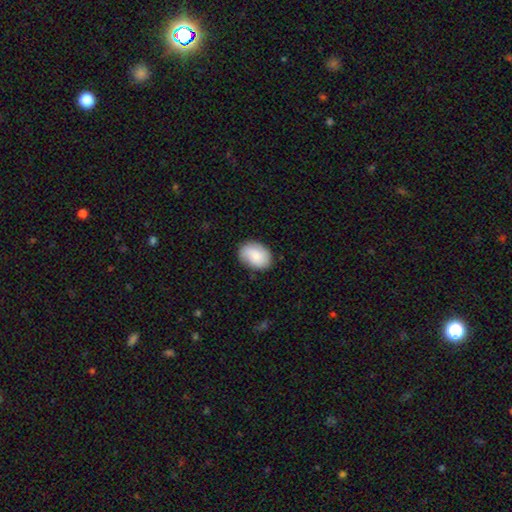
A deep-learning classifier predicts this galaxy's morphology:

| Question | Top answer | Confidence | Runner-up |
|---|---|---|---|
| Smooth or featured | smooth | 78% | featured or disk (16%) |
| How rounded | in between | 77% | round (22%) |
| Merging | none | 79% | minor disturbance (16%) |